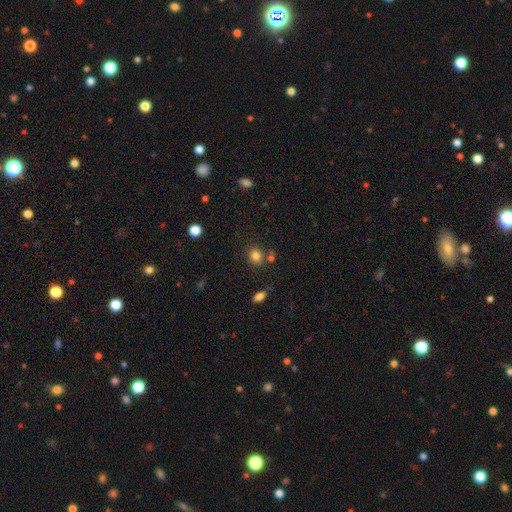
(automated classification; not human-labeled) Overall: smooth (81%). How rounded: round (80%). Merging: none (75%).